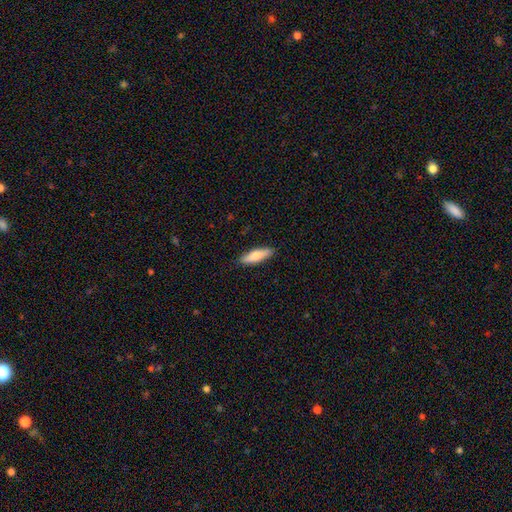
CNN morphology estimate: Q: Smooth or featured?
A: smooth (71%); runner-up: featured or disk (24%)
Q: How rounded?
A: cigar-shaped (61%); runner-up: in between (38%)
Q: Merging?
A: none (89%); runner-up: minor disturbance (9%)